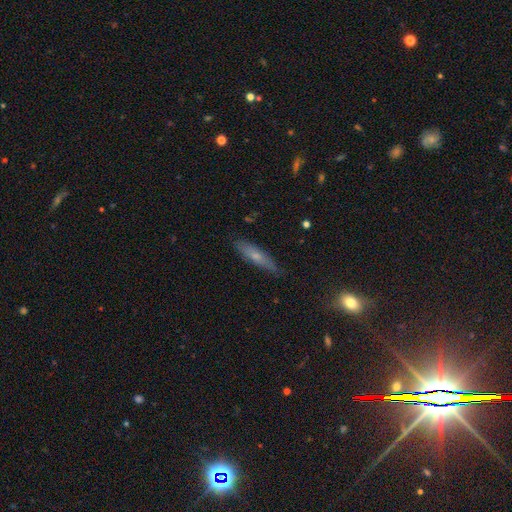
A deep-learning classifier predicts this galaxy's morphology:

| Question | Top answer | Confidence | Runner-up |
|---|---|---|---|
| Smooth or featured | smooth | 55% | featured or disk (37%) |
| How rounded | cigar-shaped | 79% | in between (19%) |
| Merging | none | 82% | minor disturbance (14%) |